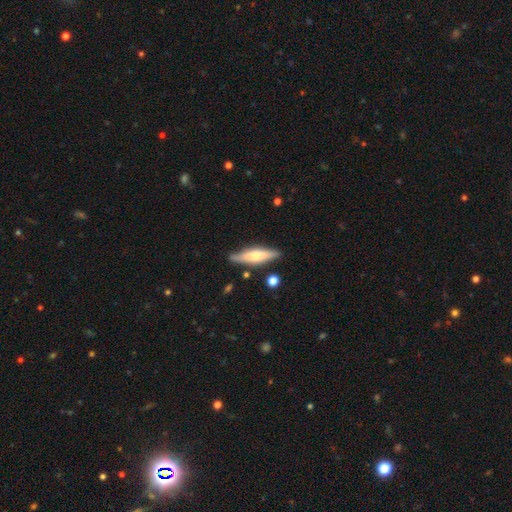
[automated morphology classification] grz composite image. It shows a featured or disk galaxy (49%). Merging: none (81%).